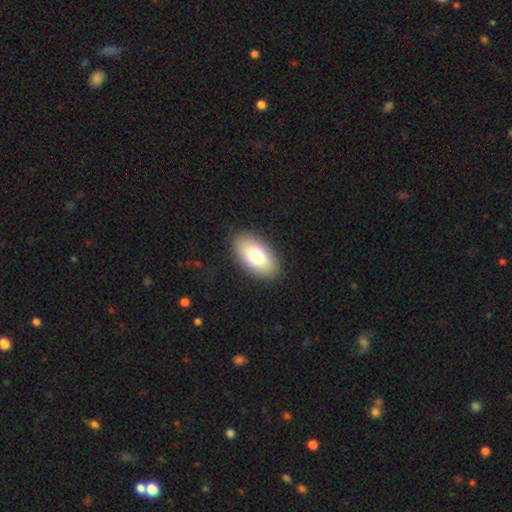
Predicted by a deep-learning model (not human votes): This appears to be a smooth galaxy with no disk features (75%) that is in between round and cigar-shaped (93%). Merging: none (88%).